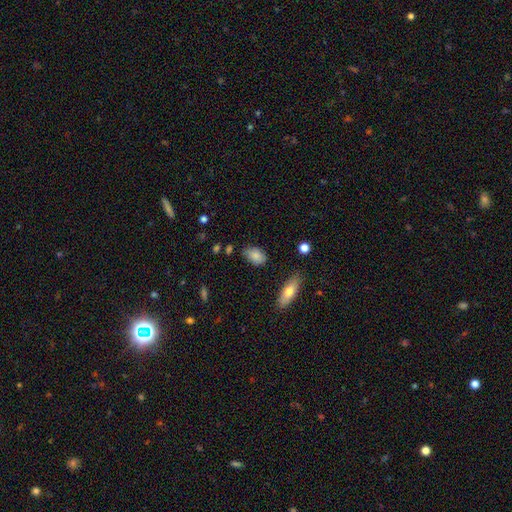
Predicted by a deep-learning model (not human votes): Smooth or featured? smooth (84%)
How rounded? in between (87%)
Merging? none (74%)